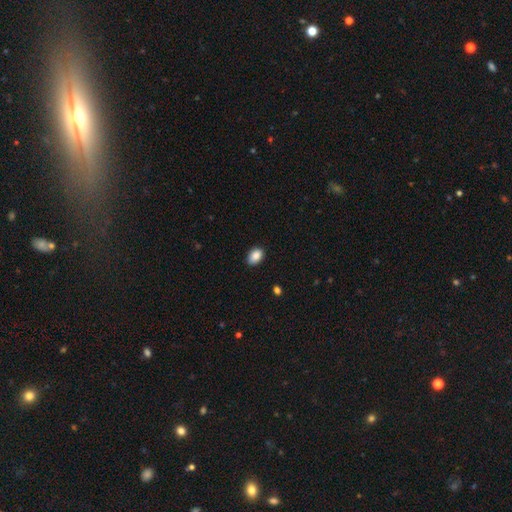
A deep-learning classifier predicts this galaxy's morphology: type=smooth (88%); roundness=in between (82%); merging=none (85%).